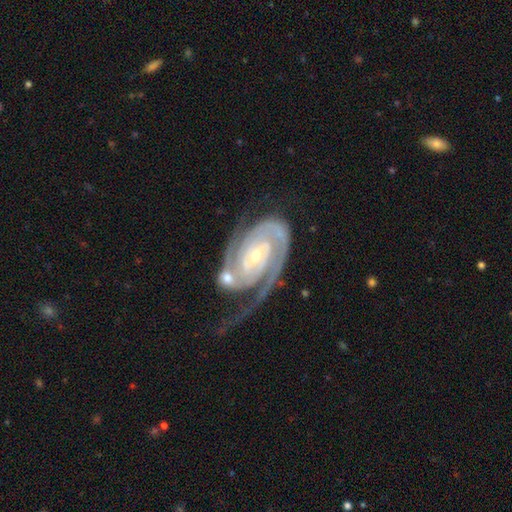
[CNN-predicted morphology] This appears to be a featured or disk galaxy (92%) with a weak bar (41%), 2 (75%) tight (67%) spiral arms (98%) and a small central bulge (60%). Merging: none (42%).